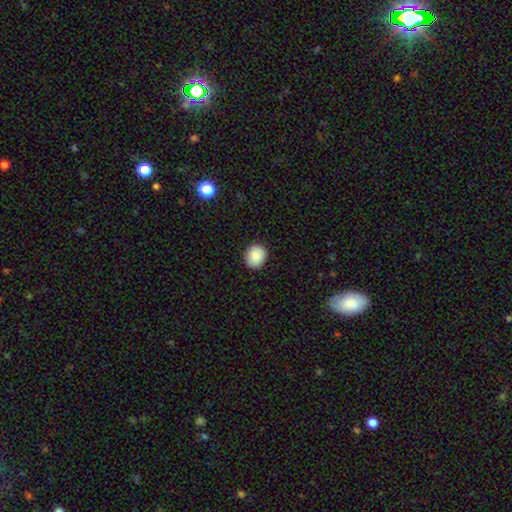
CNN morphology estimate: A smooth galaxy with no disk features (87%) that is round (72%). Merging: none (89%).